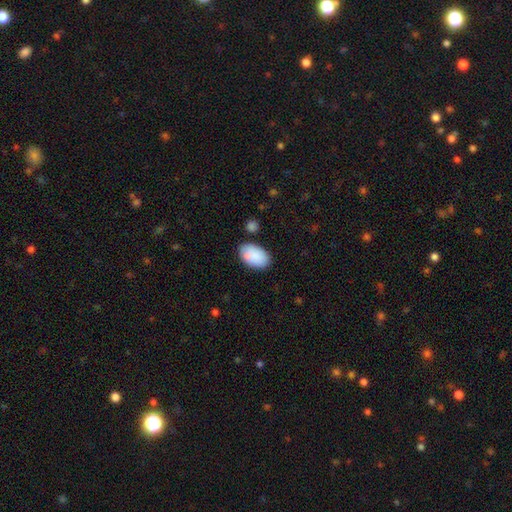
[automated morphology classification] Smooth or featured: smooth — 86% (featured or disk — 7%)
How rounded: in between — 93% (round — 6%)
Merging: none — 73% (minor disturbance — 16%)